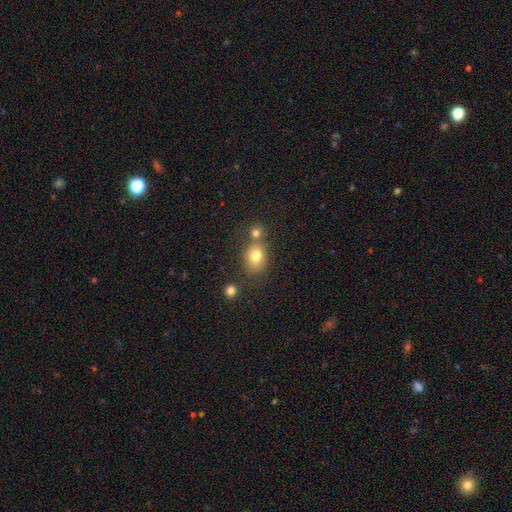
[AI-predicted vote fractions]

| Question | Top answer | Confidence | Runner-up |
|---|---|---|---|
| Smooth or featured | smooth | 78% | star or artifact (12%) |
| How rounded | round | 50% | in between (49%) |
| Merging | none | 56% | merger (27%) |